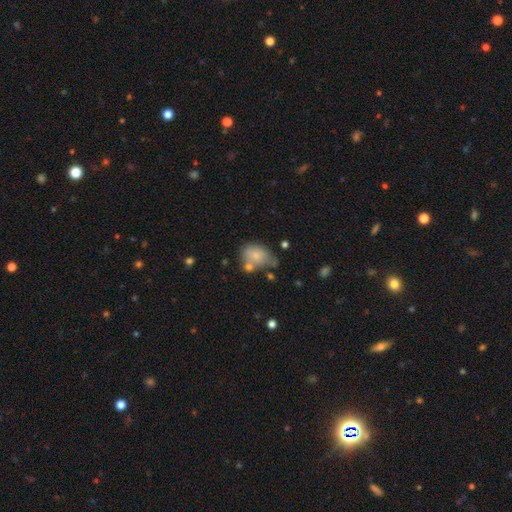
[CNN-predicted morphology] The model was most divided on "merging": none: 40%, minor disturbance: 27%, merger: 21%, major disturbance: 12%. More confident: smooth or featured — smooth (77%); how rounded — in between (70%).